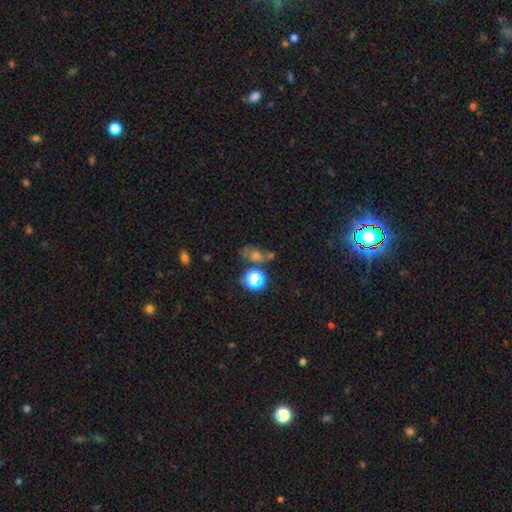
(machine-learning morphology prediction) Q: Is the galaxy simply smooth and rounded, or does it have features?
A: smooth — 46%.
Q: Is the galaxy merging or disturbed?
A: none — 49%.